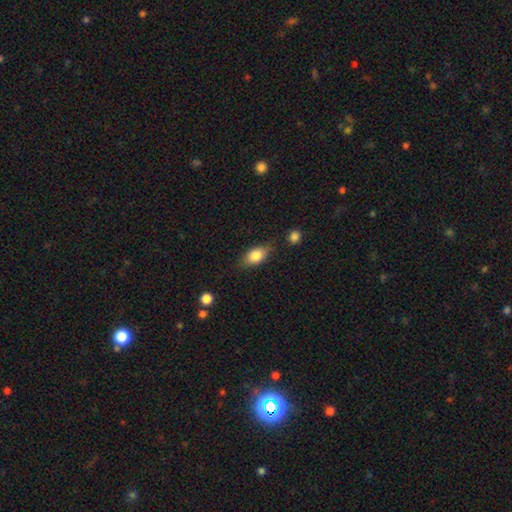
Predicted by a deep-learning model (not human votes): Overall: smooth (80%). How rounded: in between (85%). Merging: none (74%).